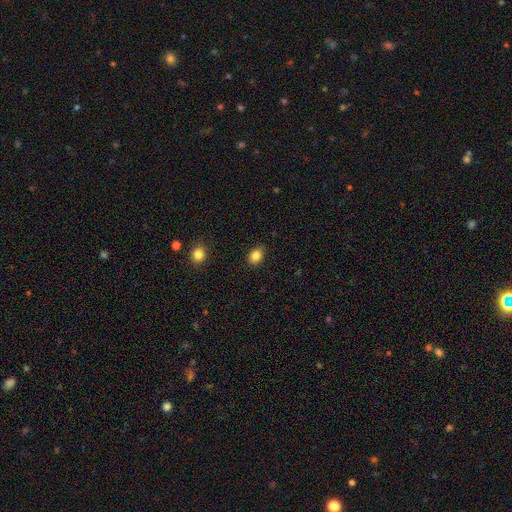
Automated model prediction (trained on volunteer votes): This is clearly a smooth galaxy (84%). How rounded: likely in between (67%). Merging: clearly none (85%).